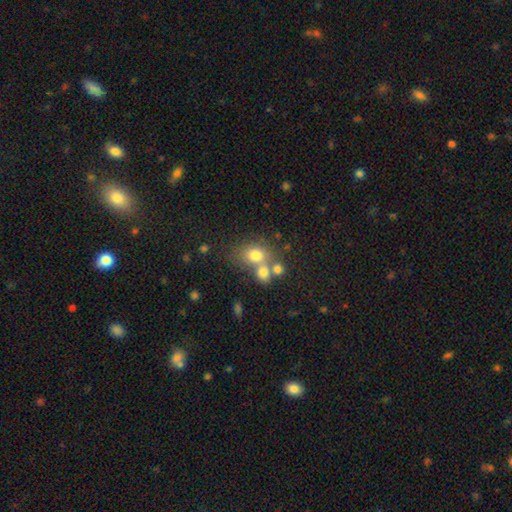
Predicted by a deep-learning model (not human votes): Smooth or featured: smooth — 72% (featured or disk — 14%)
How rounded: round — 56% (in between — 42%)
Merging: none — 45% (merger — 38%)